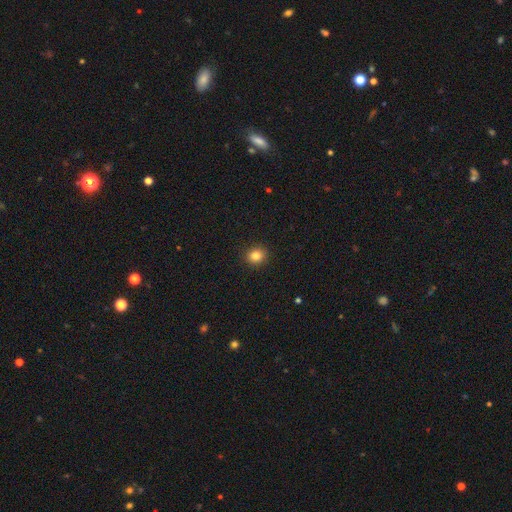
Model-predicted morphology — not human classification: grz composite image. It shows a smooth galaxy with no disk features (83%) that is round (81%). Merging: none (92%).